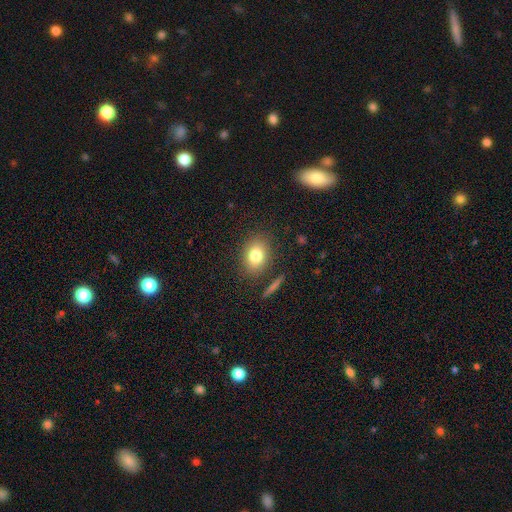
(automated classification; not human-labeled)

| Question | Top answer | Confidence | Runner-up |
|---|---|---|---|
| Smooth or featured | smooth | 79% | featured or disk (11%) |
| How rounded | in between | 61% | round (37%) |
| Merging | none | 84% | minor disturbance (10%) |